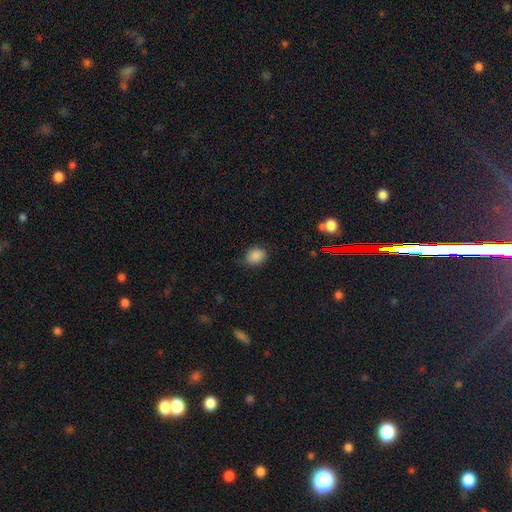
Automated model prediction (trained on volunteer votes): Morphology: type=smooth (86%); roundness=round (57%); merging=none (73%).